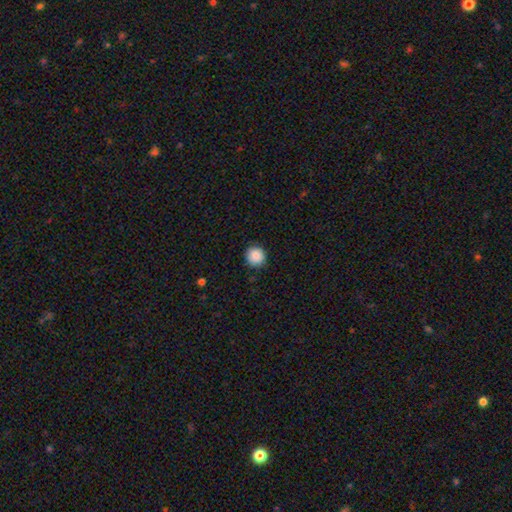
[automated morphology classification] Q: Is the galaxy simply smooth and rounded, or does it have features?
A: smooth — 88%.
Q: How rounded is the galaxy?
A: round — 95%.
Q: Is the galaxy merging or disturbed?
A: none — 90%.